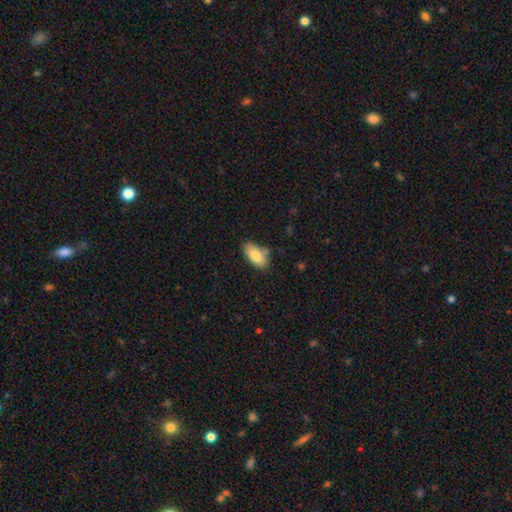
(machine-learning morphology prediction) This appears to be a smooth galaxy with no disk features (82%) that is in between round and cigar-shaped (90%). Merging: none (70%).